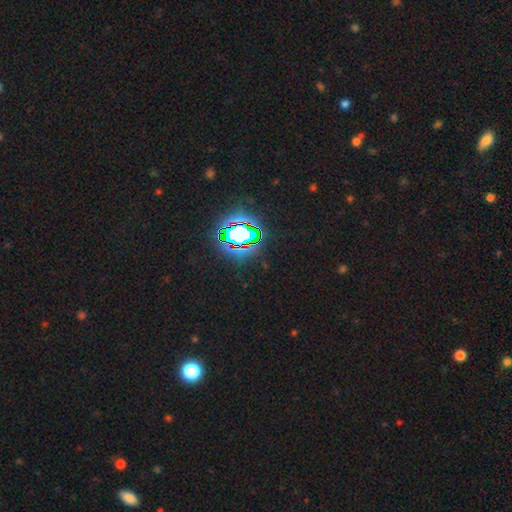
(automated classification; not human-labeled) Smooth or featured? Predicted: star or artifact (p=0.82).